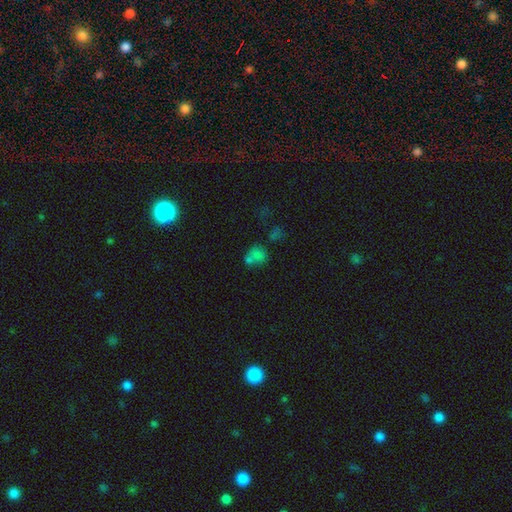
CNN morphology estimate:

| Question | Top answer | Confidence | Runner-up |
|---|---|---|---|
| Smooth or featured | smooth | 68% | star or artifact (20%) |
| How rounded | round | 63% | in between (35%) |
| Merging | merger | 45% | none (36%) |